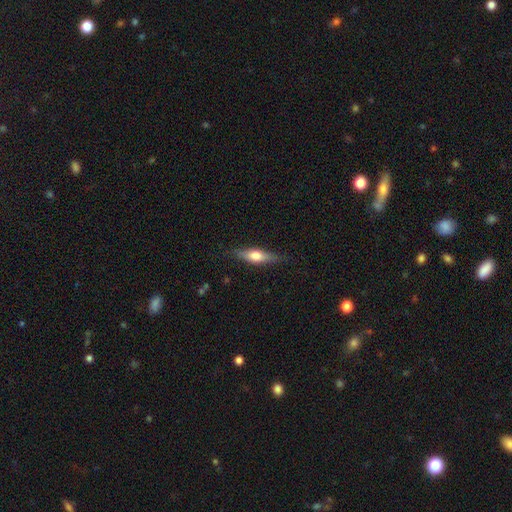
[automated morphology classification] Overall: smooth (50%; featured or disk 44%). How rounded: cigar-shaped (59%; in between 38%). Merging: none (81%).